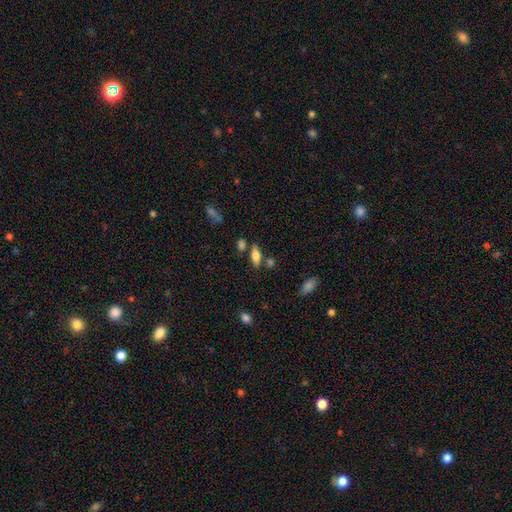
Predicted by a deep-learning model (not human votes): Smooth or featured: smooth — 69% (featured or disk — 22%)
How rounded: in between — 74% (cigar-shaped — 23%)
Merging: none — 72% (minor disturbance — 13%)